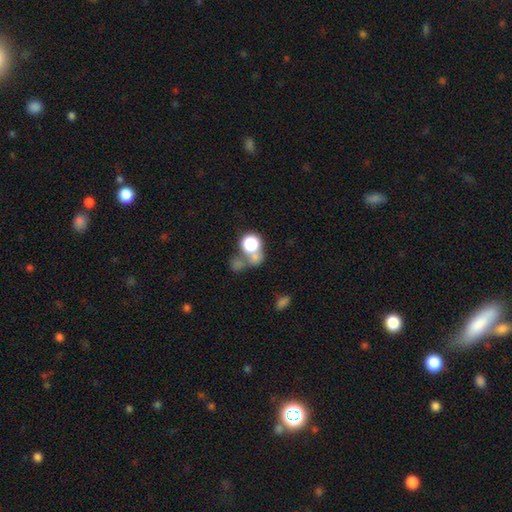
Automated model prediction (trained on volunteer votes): Smooth or featured: smooth — 65% (star or artifact — 23%)
How rounded: round — 76% (in between — 23%)
Merging: merger — 42% (none — 37%)